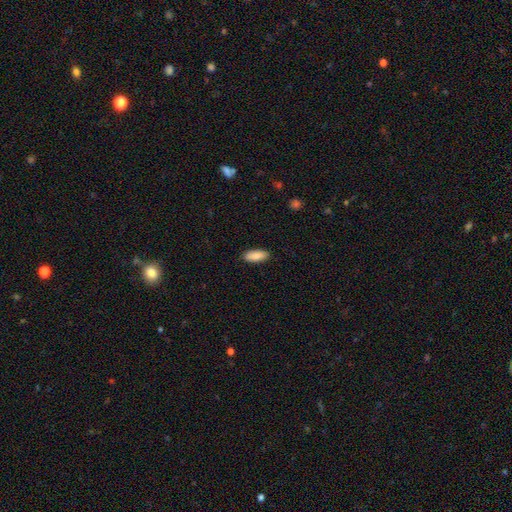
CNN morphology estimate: Smooth or featured? smooth (86%)
How rounded? in between (79%)
Merging? none (89%)